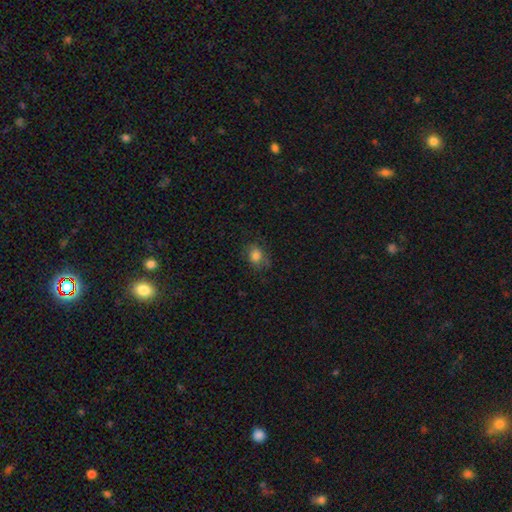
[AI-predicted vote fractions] Smooth or featured? smooth (77%)
How rounded? round (51%)
Merging? none (69%)